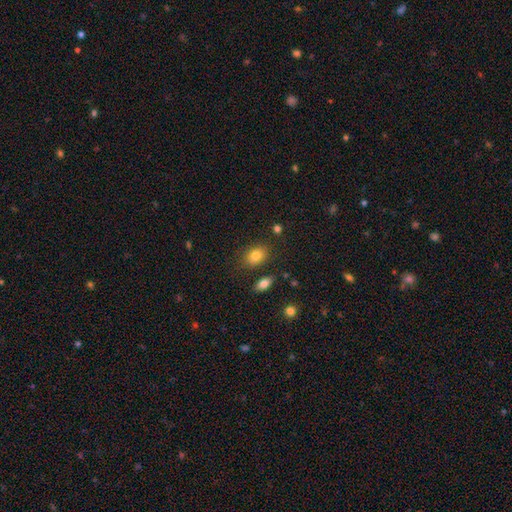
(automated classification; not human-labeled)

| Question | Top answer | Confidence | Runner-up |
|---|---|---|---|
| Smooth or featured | smooth | 82% | star or artifact (9%) |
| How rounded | in between | 73% | round (26%) |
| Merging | none | 79% | minor disturbance (12%) |